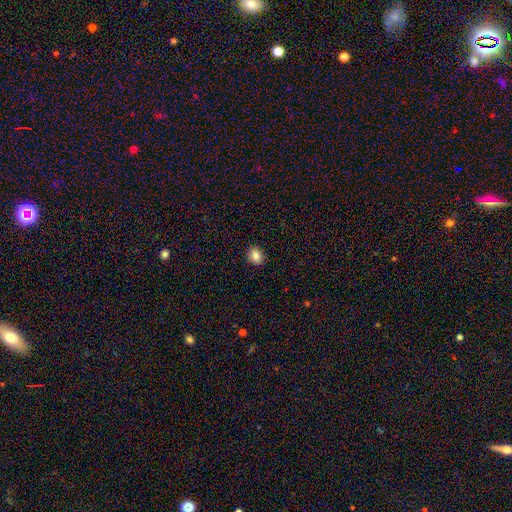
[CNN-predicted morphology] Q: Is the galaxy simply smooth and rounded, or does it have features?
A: smooth — 85%.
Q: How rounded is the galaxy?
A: round — 60%.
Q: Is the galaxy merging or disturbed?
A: none — 90%.